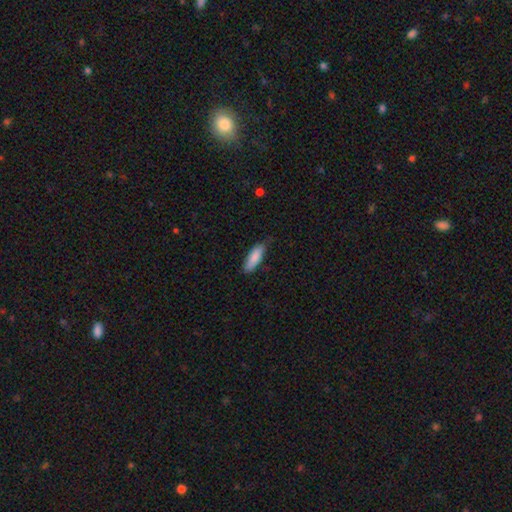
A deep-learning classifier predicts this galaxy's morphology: Smooth or featured?
  - smooth: 85% *
  - featured or disk: 9%
  - star or artifact: 6%
How rounded?
  - in between: 57% *
  - cigar-shaped: 42%
  - round: 2%
Merging?
  - none: 70% *
  - minor disturbance: 25%
  - major disturbance: 4%
  - merger: 1%